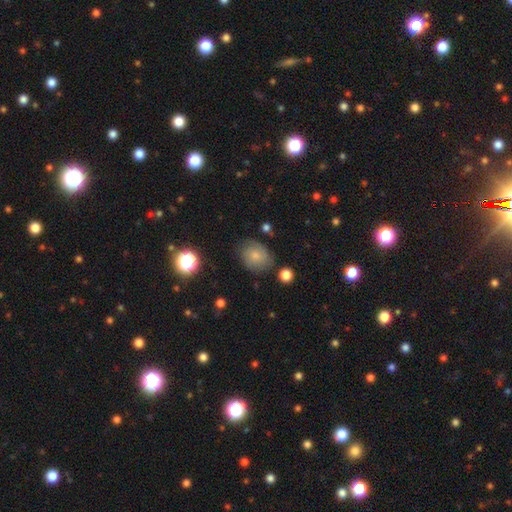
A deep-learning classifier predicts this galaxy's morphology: smooth 74%, featured or disk 16%, star or artifact 10%. Down the decision tree: how rounded — round (60%); merging — none (72%).